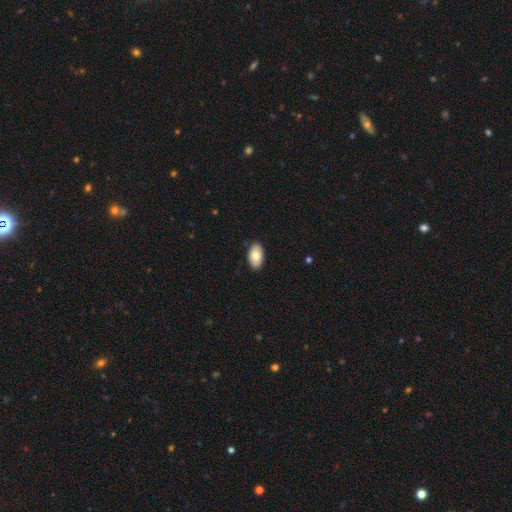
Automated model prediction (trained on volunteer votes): The model was most divided on "smooth or featured": smooth: 78%, featured or disk: 16%, star or artifact: 6%. More confident: how rounded — in between (95%); merging — none (88%).